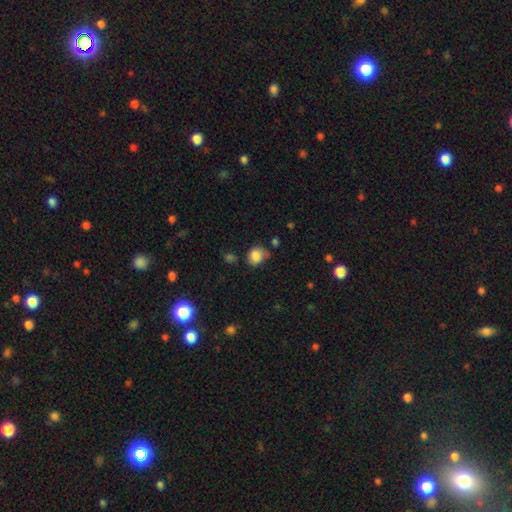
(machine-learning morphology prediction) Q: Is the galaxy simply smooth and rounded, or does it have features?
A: smooth — 84%.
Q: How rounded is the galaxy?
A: round — 64%.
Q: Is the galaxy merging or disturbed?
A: none — 58%.